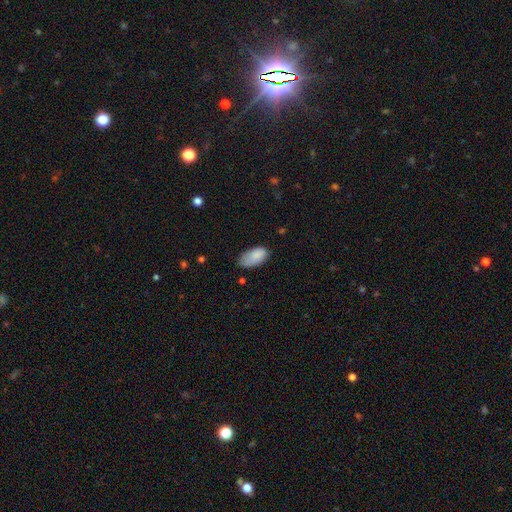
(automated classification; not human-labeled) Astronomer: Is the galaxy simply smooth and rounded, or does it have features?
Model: smooth — 86%.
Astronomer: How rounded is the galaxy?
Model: in between — 94%.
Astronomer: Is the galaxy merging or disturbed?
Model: none — 56% (runner-up: minor disturbance, 34%).